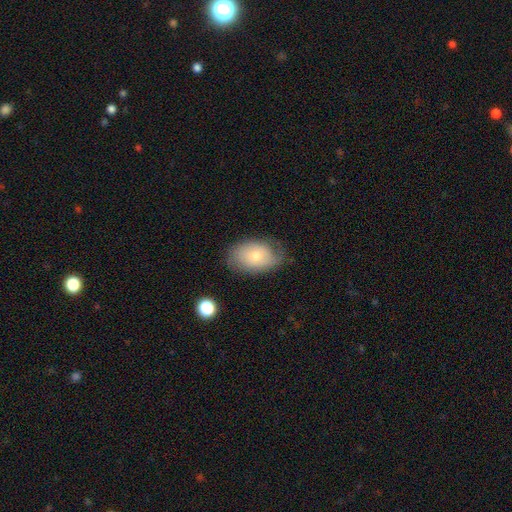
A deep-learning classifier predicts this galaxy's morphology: This appears to be a smooth galaxy with no disk features (62%) that is in between round and cigar-shaped (85%). Merging: none (69%).